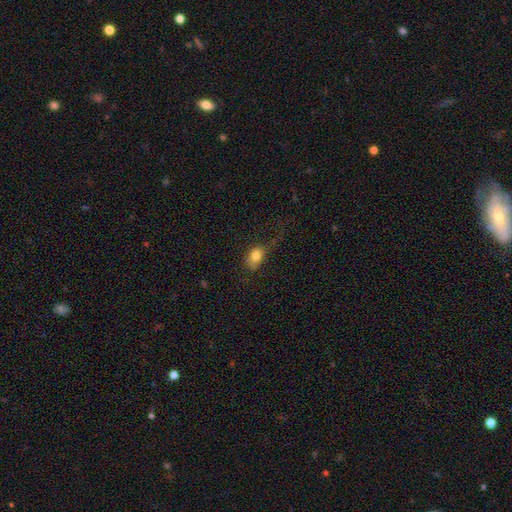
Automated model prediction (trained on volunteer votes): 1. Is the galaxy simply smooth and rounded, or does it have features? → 79% smooth, 12% featured or disk, 9% star or artifact.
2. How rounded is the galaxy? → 81% in between, 16% round, 3% cigar-shaped.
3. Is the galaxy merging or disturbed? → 40% none, 30% major disturbance, 27% minor disturbance, 3% merger.